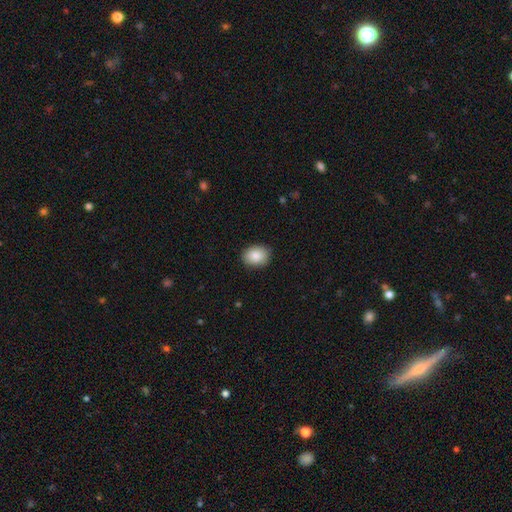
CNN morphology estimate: A smooth galaxy with no disk features (87%) that is in between round and cigar-shaped (57%).

Vote fractions:
- Smooth or featured? smooth: 87% / star or artifact: 7% / featured or disk: 6%
- How rounded? in between: 57% / round: 42% / cigar-shaped: 1%
- Merging? none: 87% / minor disturbance: 10% / major disturbance: 2% / merger: 1%